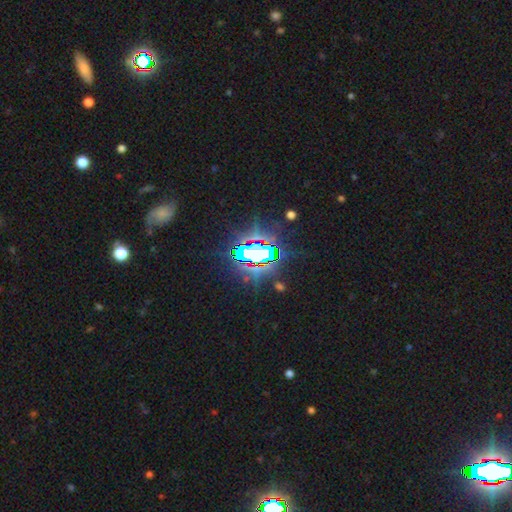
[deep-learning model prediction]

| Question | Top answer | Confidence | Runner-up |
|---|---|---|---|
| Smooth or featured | star or artifact | 77% | featured or disk (12%) |